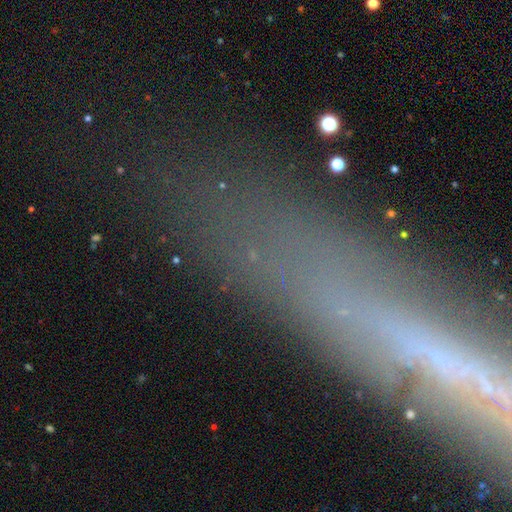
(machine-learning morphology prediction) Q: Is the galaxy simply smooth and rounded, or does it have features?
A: star or artifact — 42%.